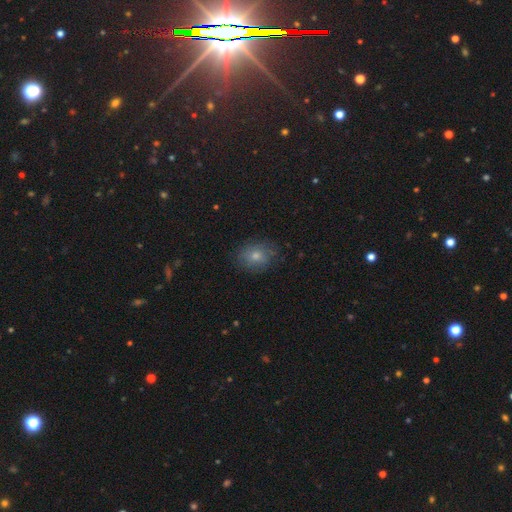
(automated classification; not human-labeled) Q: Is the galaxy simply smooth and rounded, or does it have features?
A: smooth — 63%.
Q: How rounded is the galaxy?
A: round — 53%.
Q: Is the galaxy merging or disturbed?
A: none — 82%.